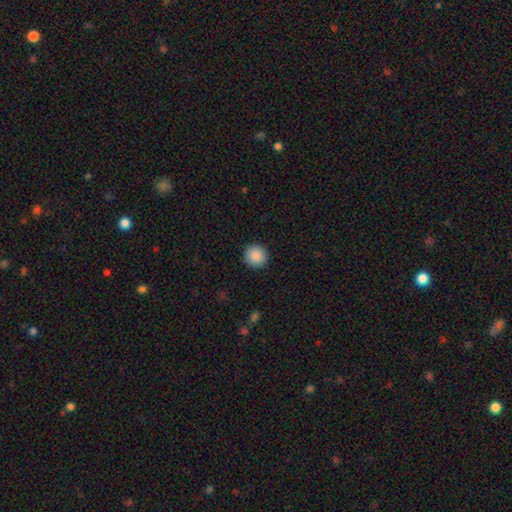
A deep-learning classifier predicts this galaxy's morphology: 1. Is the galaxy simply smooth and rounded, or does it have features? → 88% smooth, 8% star or artifact, 4% featured or disk.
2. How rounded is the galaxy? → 94% round, 5% in between, 1% cigar-shaped.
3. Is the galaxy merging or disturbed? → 92% none, 5% minor disturbance, 2% major disturbance, 1% merger.